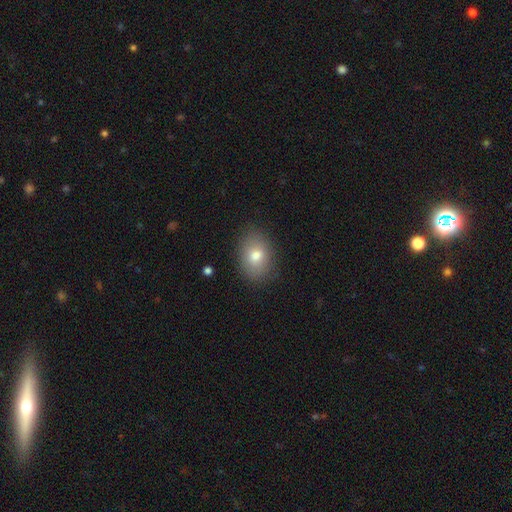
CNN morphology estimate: This appears to be a smooth galaxy with no disk features (78%) that is in between round and cigar-shaped (74%). Merging: none (86%).